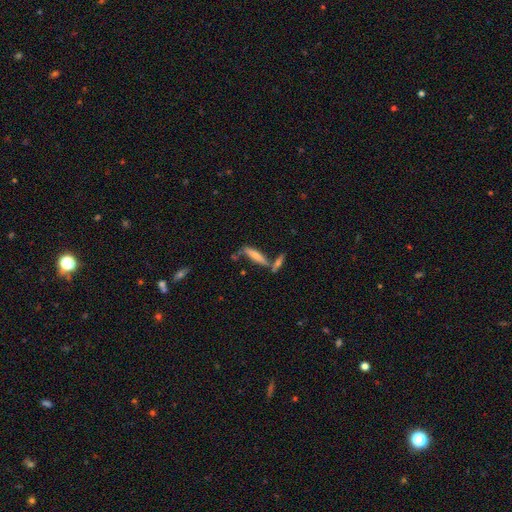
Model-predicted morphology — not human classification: smooth_or_featured: smooth (p=0.59) [alt: featured or disk p=0.34]
how_rounded: cigar-shaped (p=0.79) [alt: in between p=0.20]
merging: none (p=0.60) [alt: merger p=0.23]